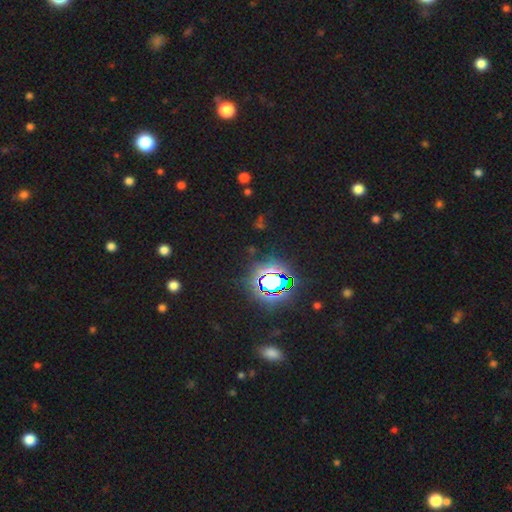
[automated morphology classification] smooth-or-featured: star or artifact: 83% | smooth: 10% | featured or disk: 7%